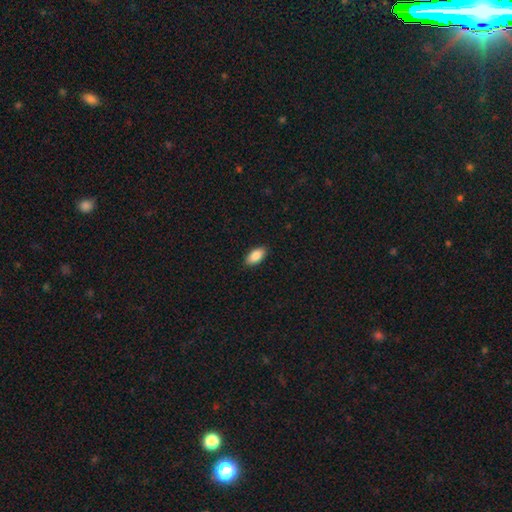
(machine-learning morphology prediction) A smooth galaxy with no disk features (88%) that is in between round and cigar-shaped (93%).

Vote fractions:
- Smooth or featured? smooth: 88% / star or artifact: 7% / featured or disk: 5%
- How rounded? in between: 93% / cigar-shaped: 5% / round: 3%
- Merging? none: 89% / minor disturbance: 8% / major disturbance: 2% / merger: 1%